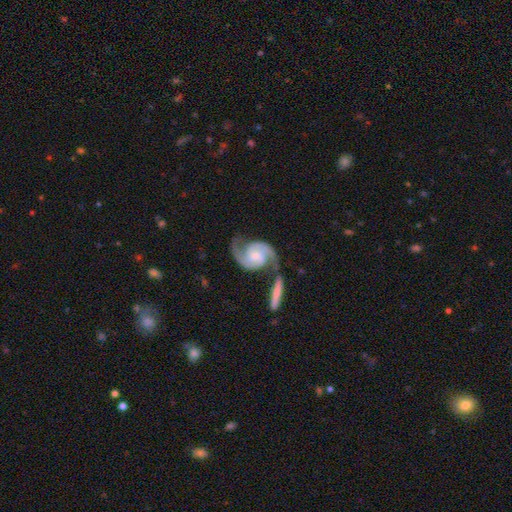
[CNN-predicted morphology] A featured or disk galaxy (91%) with no bar (58%), 2 (93%) medium (56%) spiral arms (98%) and a small central bulge (48%).

Vote fractions:
- Smooth or featured? featured or disk: 91% / smooth: 5% / star or artifact: 4%
- Edge-on disk? no: 97% / yes: 3%
- Bar? no: 58% / weak: 33% / strong: 9%
- Spiral arms? yes: 98% / no: 2%
- Spiral winding? medium: 56% / loose: 23% / tight: 21%
- Spiral arm count? 2: 93% / can't tell: 2% / 3: 2% / 1: 1% / 4: 1% / more than 4: 1%
- Bulge size? small: 48% / moderate: 38% / none: 8% / large: 4% / dominant: 1%
- Merging? none: 54% / merger: 22% / minor disturbance: 16% / major disturbance: 8%